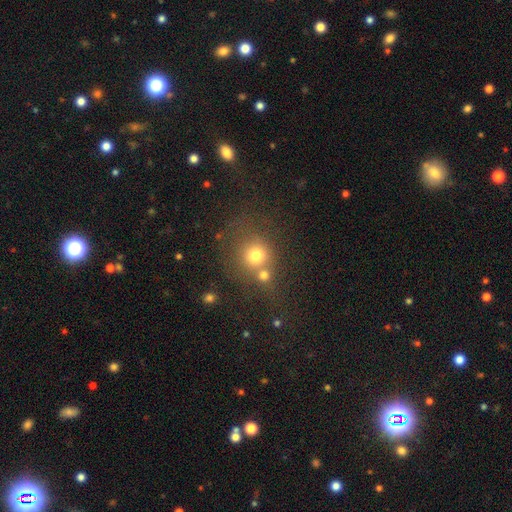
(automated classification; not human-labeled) Overall: smooth (72%). How rounded: round (87%). Merging: none (47%; merger 38%).